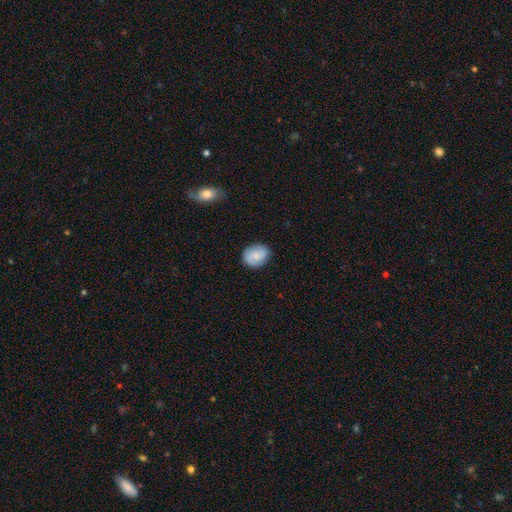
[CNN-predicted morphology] This is likely a smooth galaxy (61%). How rounded: possibly in between (50%). Merging: clearly none (82%).